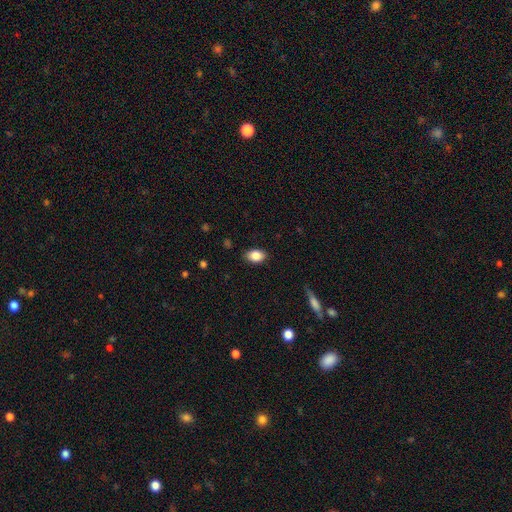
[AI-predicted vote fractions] Morphology: type=smooth (86%); roundness=in between (85%); merging=none (85%).